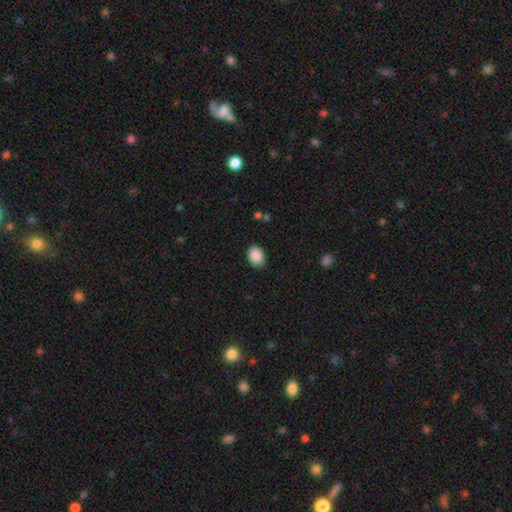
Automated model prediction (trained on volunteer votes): Smooth or featured? smooth (88%)
How rounded? in between (79%)
Merging? none (88%)